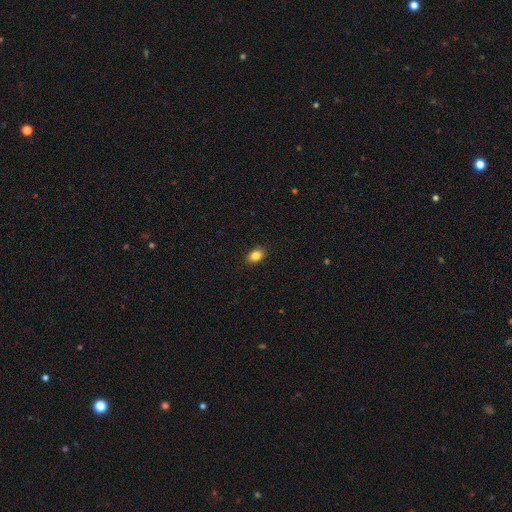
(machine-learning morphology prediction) Smooth or featured?
  - smooth: 84% *
  - star or artifact: 9%
  - featured or disk: 7%
How rounded?
  - in between: 78% *
  - round: 21%
  - cigar-shaped: 1%
Merging?
  - none: 89% *
  - minor disturbance: 8%
  - major disturbance: 2%
  - merger: 1%